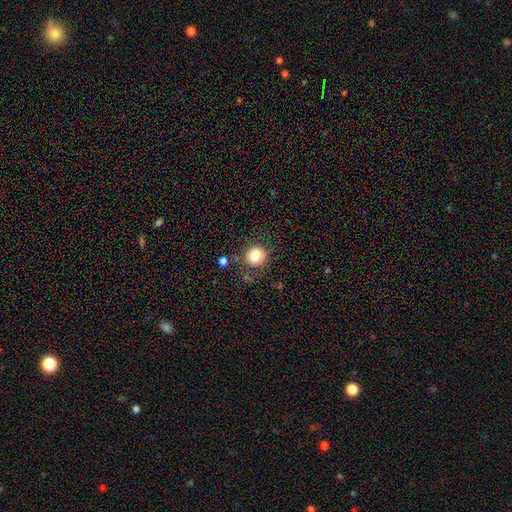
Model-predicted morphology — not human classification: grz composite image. It shows a smooth galaxy with no disk features (82%) that is round (89%). Merging: none (82%).